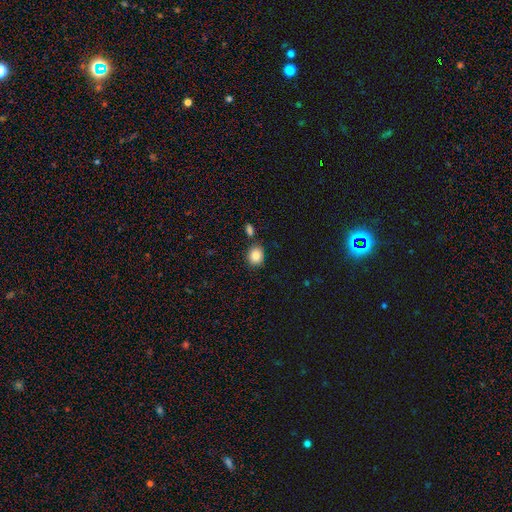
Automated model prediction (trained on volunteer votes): A smooth galaxy with no disk features (86%) that is round (64%).

Vote fractions:
- Smooth or featured? smooth: 86% / star or artifact: 9% / featured or disk: 5%
- How rounded? round: 64% / in between: 35% / cigar-shaped: 1%
- Merging? none: 80% / minor disturbance: 10% / merger: 7% / major disturbance: 3%